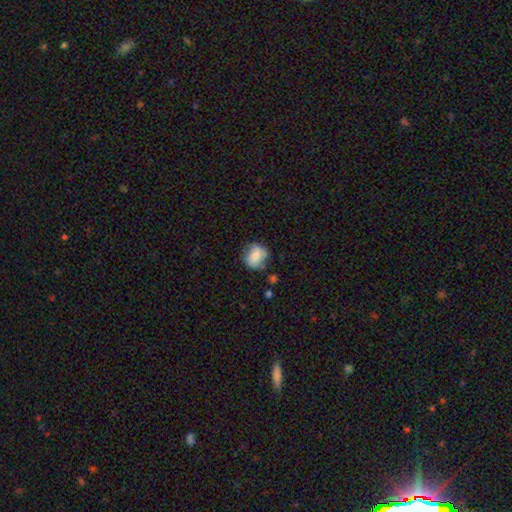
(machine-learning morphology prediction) Overall: smooth (72%). How rounded: round (67%; in between 32%). Merging: none (62%; minor disturbance 27%).